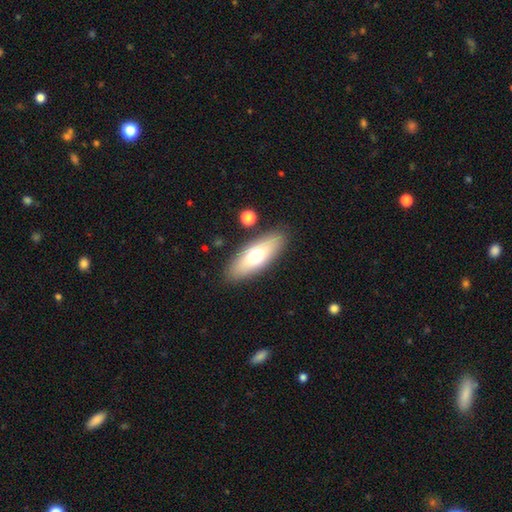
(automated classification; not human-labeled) Smooth or featured? smooth (63%)
How rounded? in between (66%)
Merging? none (86%)